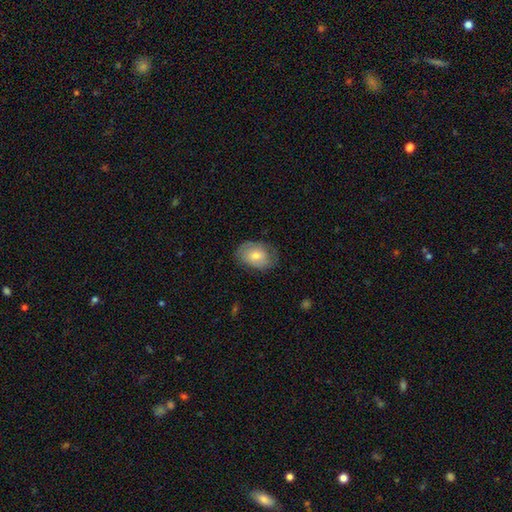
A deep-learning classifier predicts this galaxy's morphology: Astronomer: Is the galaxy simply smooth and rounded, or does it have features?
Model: smooth — 58% (runner-up: featured or disk, 34%).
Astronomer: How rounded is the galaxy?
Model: in between — 80%.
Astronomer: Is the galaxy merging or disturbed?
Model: none — 73%.